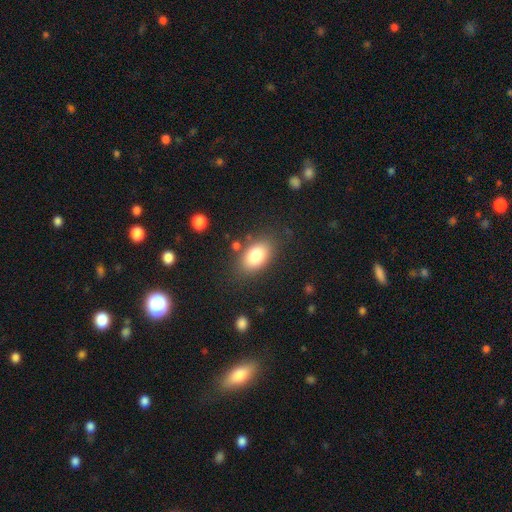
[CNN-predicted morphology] This is clearly a smooth galaxy (81%). How rounded: clearly in between (88%). Merging: likely none (80%).